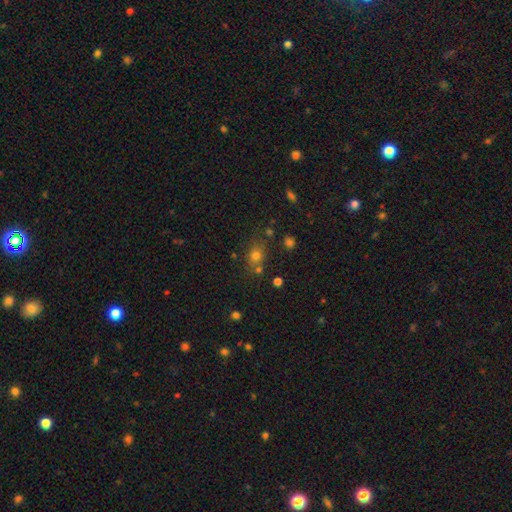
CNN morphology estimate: Q: Smooth or featured?
A: smooth (69%); runner-up: star or artifact (20%)
Q: How rounded?
A: round (59%); runner-up: in between (39%)
Q: Merging?
A: none (67%); runner-up: minor disturbance (14%)